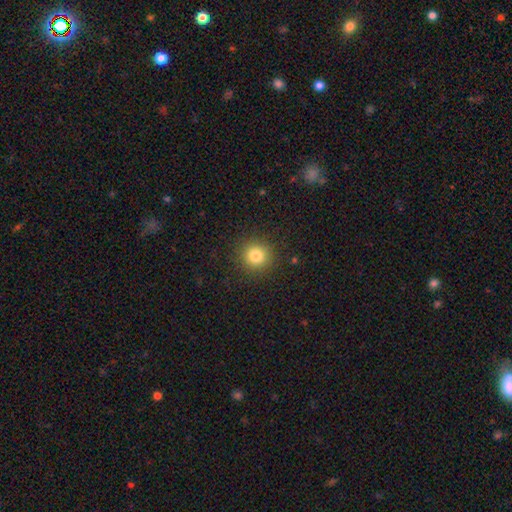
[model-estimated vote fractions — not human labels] smooth-or-featured: smooth: 81% | star or artifact: 12% | featured or disk: 6%
  how-rounded: round: 93% | in between: 6% | cigar-shaped: 1%
  merging: none: 90% | minor disturbance: 6% | major disturbance: 3% | merger: 1%